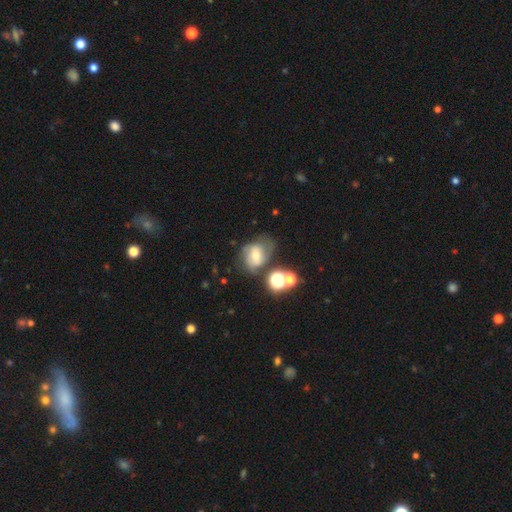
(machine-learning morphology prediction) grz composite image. It shows a featured or disk galaxy (52%). Merging: none (48%).